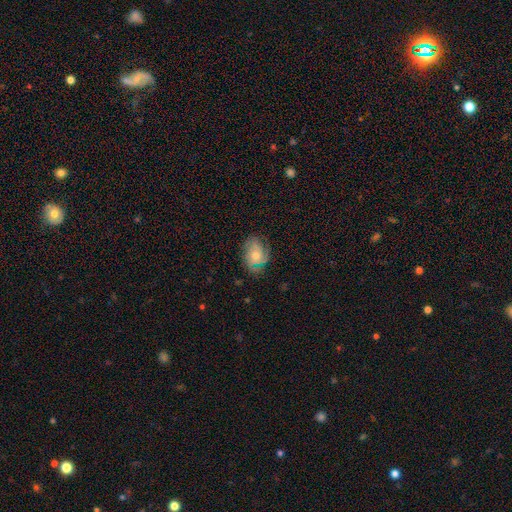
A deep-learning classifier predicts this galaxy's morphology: Smooth or featured? Predicted: featured or disk (p=0.64). Edge-on disk? Predicted: no (p=0.97). Bar? Predicted: no (p=0.79). Spiral arms? Predicted: yes (p=0.91). Spiral winding? Predicted: tight (p=0.52). Spiral arm count? Predicted: can't tell (p=0.31). Bulge size? Predicted: moderate (p=0.53). Merging? Predicted: none (p=0.73).